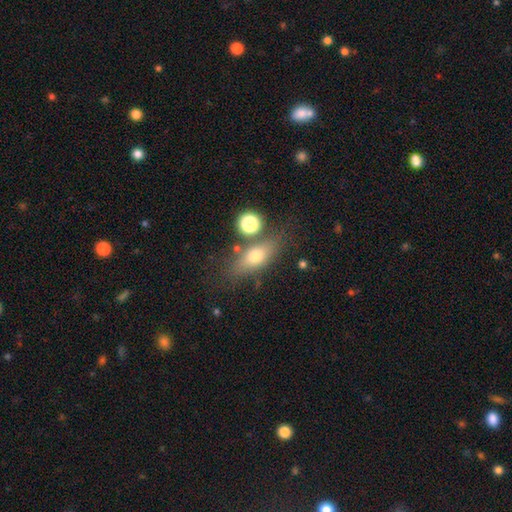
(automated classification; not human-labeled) smooth-or-featured: smooth: 65% | featured or disk: 25% | star or artifact: 10%
  how-rounded: in between: 63% | cigar-shaped: 25% | round: 11%
  merging: none: 70% | minor disturbance: 15% | merger: 9% | major disturbance: 6%